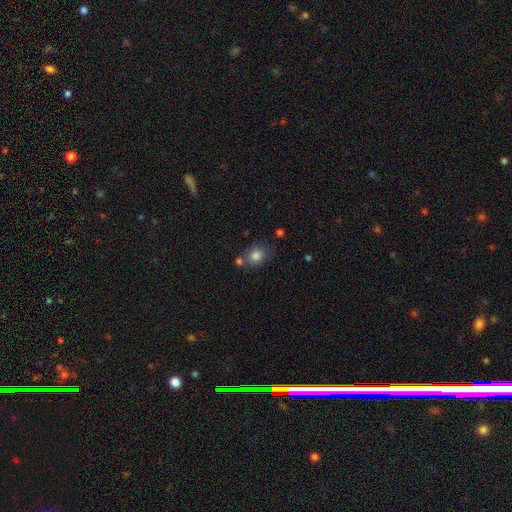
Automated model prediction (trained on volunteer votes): smooth 82%, star or artifact 10%, featured or disk 8%. Down the decision tree: how rounded — round (51%); merging — none (66%).